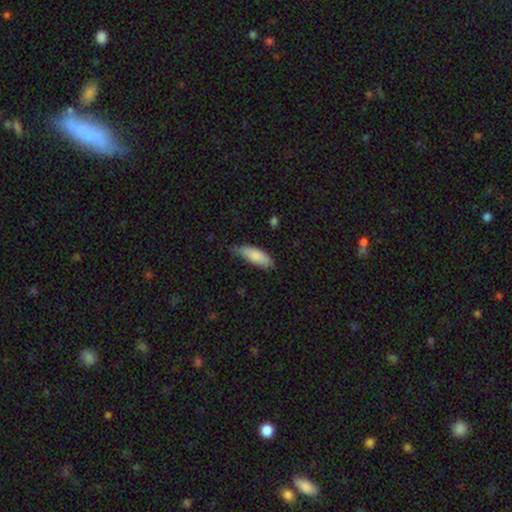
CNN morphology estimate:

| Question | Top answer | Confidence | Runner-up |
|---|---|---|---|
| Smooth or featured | smooth | 84% | featured or disk (11%) |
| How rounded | in between | 69% | cigar-shaped (30%) |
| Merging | none | 54% | minor disturbance (37%) |